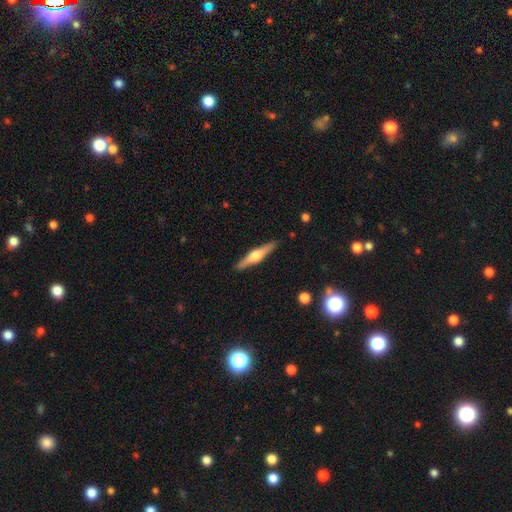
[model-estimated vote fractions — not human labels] Smooth or featured: featured or disk — 67% (smooth — 28%)
Edge-on disk: yes — 97% (no — 3%)
Edge-on bulge: rounded — 94% (boxy — 4%)
Merging: none — 90% (minor disturbance — 7%)